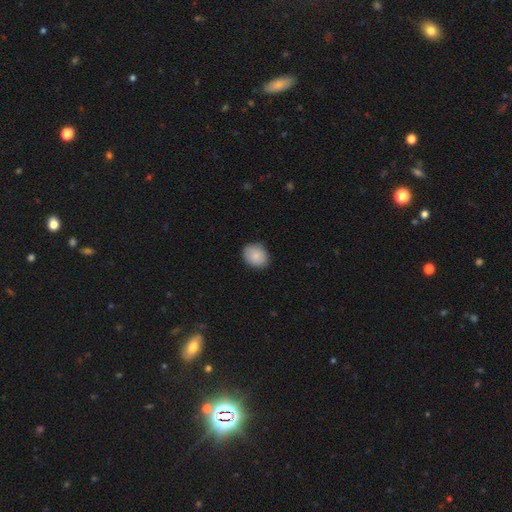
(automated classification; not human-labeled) smooth 87%, star or artifact 7%, featured or disk 7%. Down the decision tree: how rounded — round (56%); merging — none (85%).